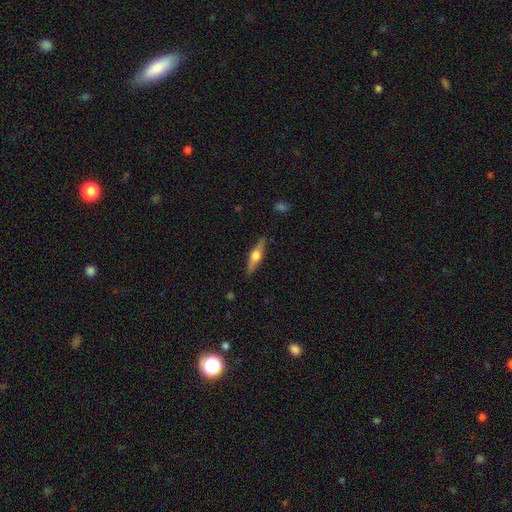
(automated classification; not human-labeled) Smooth or featured? featured or disk (57%)
Edge-on disk? yes (95%)
Edge-on bulge? rounded (94%)
Merging? none (88%)